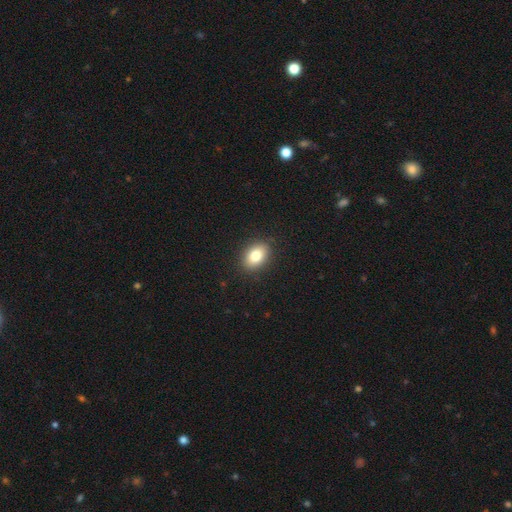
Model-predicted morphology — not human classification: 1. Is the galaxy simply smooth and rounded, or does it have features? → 81% smooth, 10% featured or disk, 9% star or artifact.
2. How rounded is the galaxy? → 76% in between, 22% round, 1% cigar-shaped.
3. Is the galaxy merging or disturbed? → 89% none, 8% minor disturbance, 2% major disturbance, 1% merger.